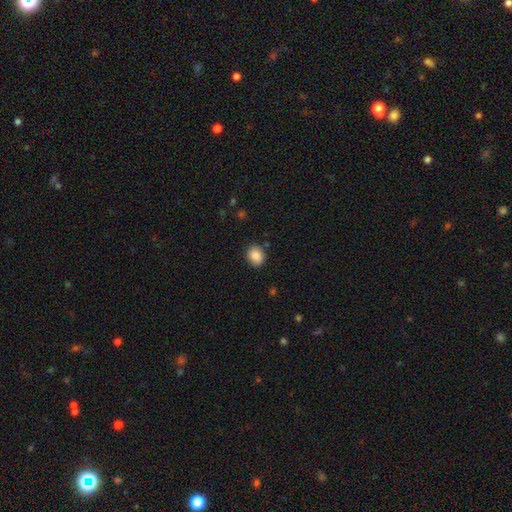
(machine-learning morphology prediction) smooth_or_featured: smooth (p=0.88) [alt: star or artifact p=0.08]
how_rounded: round (p=0.56) [alt: in between p=0.43]
merging: none (p=0.86) [alt: minor disturbance p=0.10]